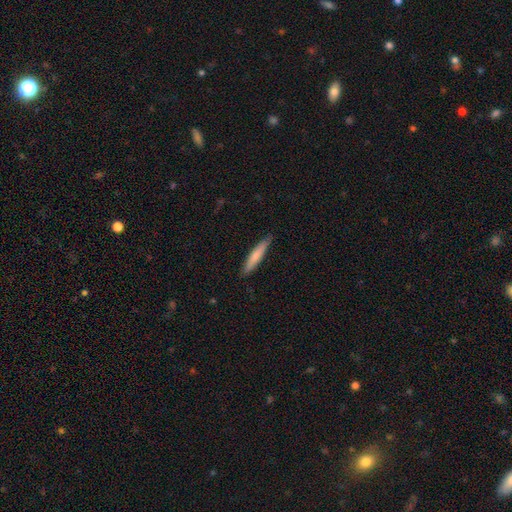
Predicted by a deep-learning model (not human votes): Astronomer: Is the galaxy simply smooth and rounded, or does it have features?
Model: smooth — 73%.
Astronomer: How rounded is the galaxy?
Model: cigar-shaped — 91%.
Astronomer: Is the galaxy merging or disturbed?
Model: none — 86%.